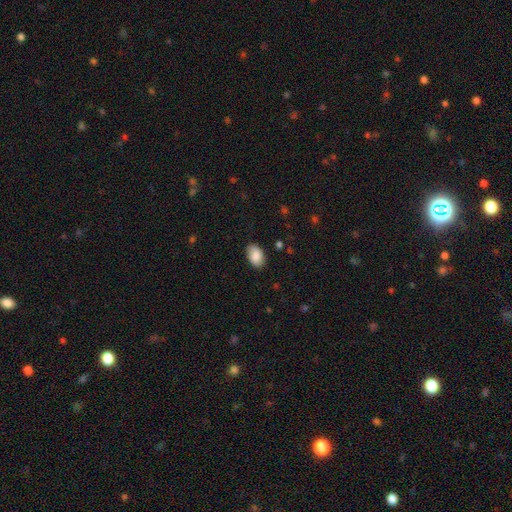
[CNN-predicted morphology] smooth 85%, featured or disk 8%, star or artifact 7%. Down the decision tree: how rounded — in between (91%); merging — none (83%).